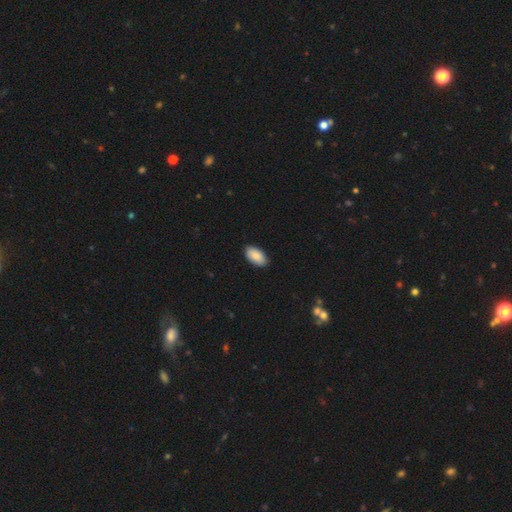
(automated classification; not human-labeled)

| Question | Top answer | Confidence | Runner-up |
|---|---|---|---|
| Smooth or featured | smooth | 89% | star or artifact (6%) |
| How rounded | in between | 95% | cigar-shaped (2%) |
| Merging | none | 89% | minor disturbance (8%) |